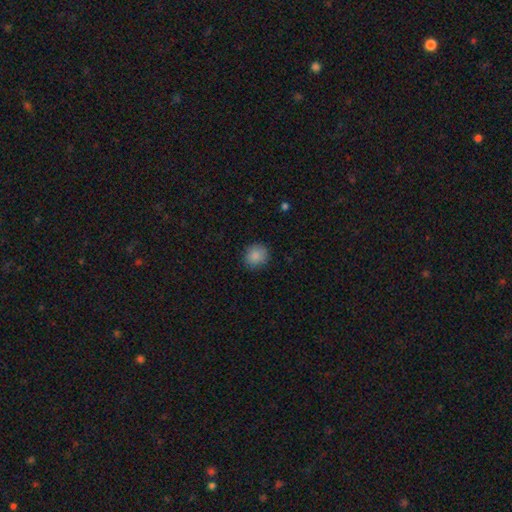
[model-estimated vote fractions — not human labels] Smooth or featured?
  - smooth: 87% *
  - star or artifact: 9%
  - featured or disk: 4%
How rounded?
  - round: 78% *
  - in between: 21%
  - cigar-shaped: 1%
Merging?
  - none: 86% *
  - minor disturbance: 10%
  - major disturbance: 3%
  - merger: 1%